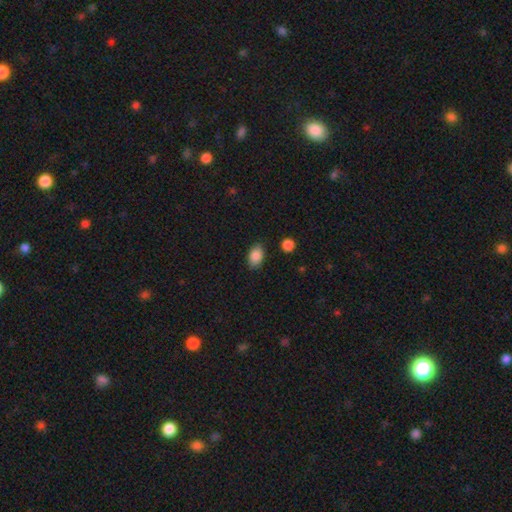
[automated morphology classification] smooth-or-featured: smooth: 86% | star or artifact: 8% | featured or disk: 6%
  how-rounded: in between: 89% | round: 10% | cigar-shaped: 1%
  merging: none: 85% | minor disturbance: 10% | major disturbance: 2% | merger: 2%